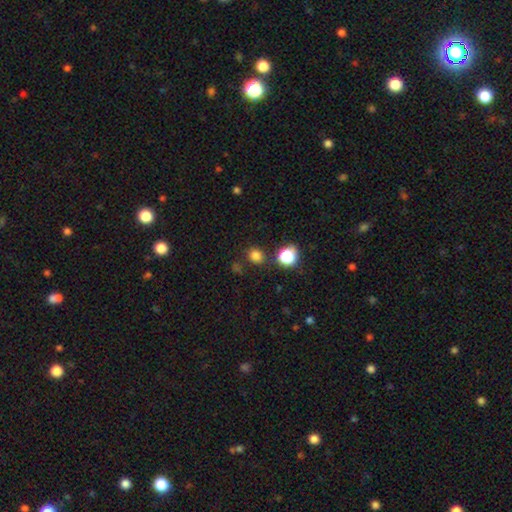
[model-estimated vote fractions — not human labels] The model was most divided on "how rounded": round: 75%, in between: 24%, cigar-shaped: 1%. More confident: merging — none (81%); smooth or featured — smooth (77%).